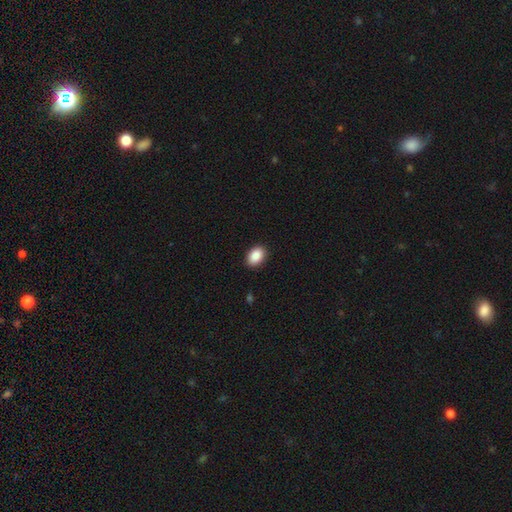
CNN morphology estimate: A smooth galaxy with no disk features (89%) that is in between round and cigar-shaped (84%). Merging: none (89%).